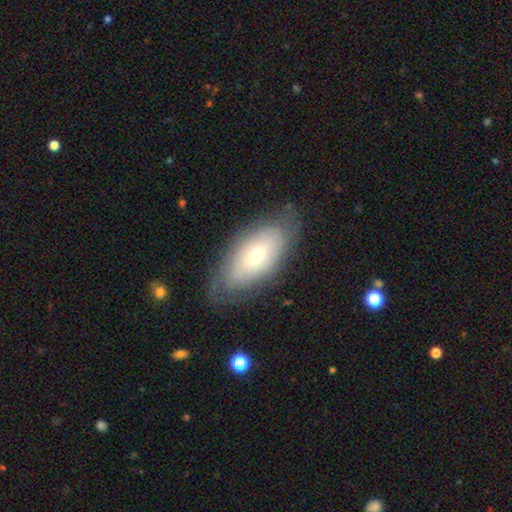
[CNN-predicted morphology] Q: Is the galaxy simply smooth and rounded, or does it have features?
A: smooth — 47%.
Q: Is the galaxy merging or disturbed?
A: none — 72%.